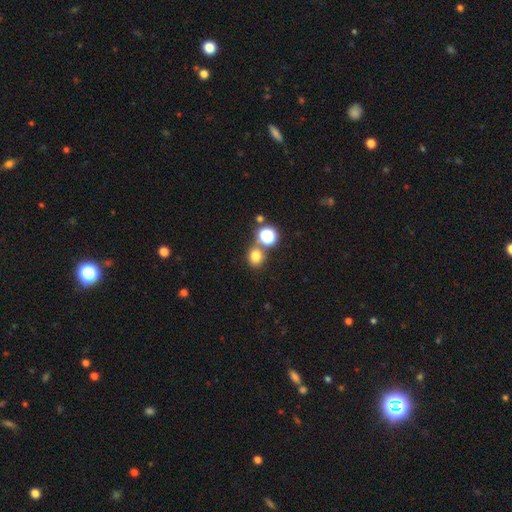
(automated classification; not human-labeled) smooth-or-featured: smooth: 74% | star or artifact: 19% | featured or disk: 7%
  how-rounded: round: 80% | in between: 19% | cigar-shaped: 1%
  merging: none: 67% | merger: 21% | minor disturbance: 8% | major disturbance: 3%